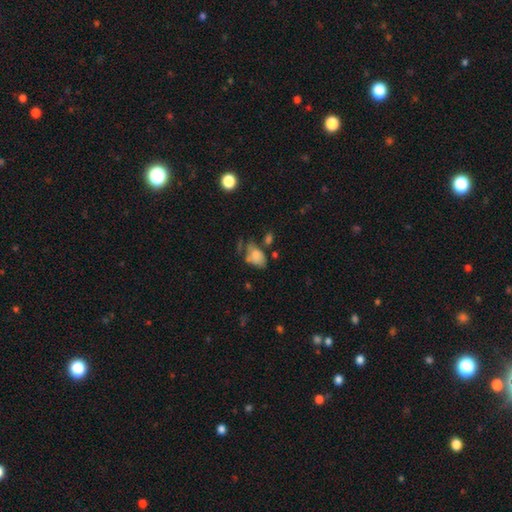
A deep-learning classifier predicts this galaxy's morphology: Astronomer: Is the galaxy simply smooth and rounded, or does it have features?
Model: smooth — 68%.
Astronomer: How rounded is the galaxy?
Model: in between — 85%.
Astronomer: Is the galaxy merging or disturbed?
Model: none — 30% (runner-up: minor disturbance, 27%).